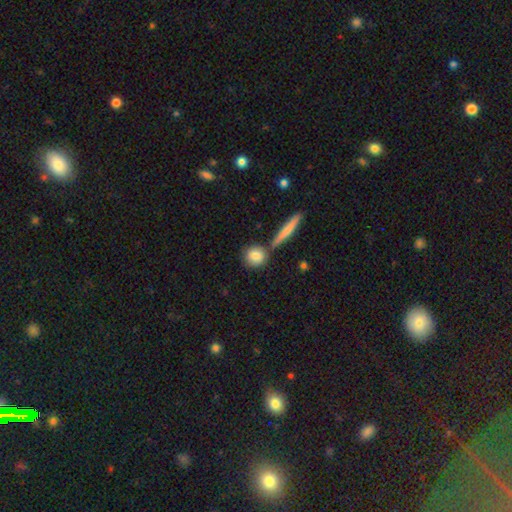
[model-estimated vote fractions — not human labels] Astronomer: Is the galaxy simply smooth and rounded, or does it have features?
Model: smooth — 82%.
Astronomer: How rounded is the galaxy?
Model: round — 74%.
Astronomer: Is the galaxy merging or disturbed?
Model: none — 72%.